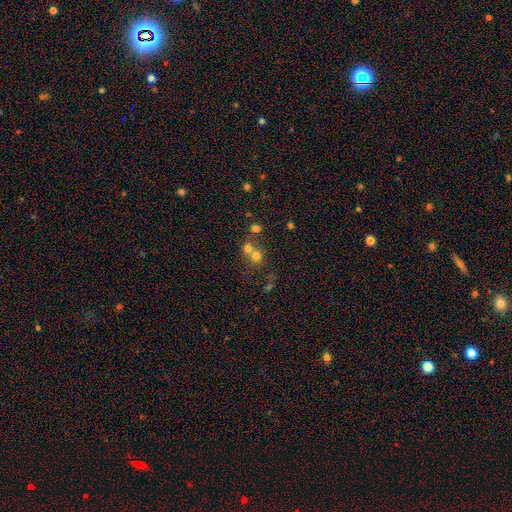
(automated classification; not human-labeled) This is likely a smooth galaxy (67%). How rounded: clearly round (81%). Merging: possibly merger (55%).